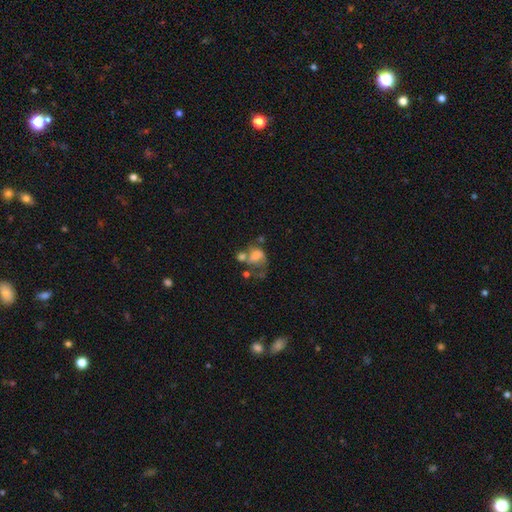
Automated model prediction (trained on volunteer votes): Smooth or featured? Predicted: smooth (p=0.54). How rounded? Predicted: in between (p=0.65). Merging? Predicted: merger (p=0.35).